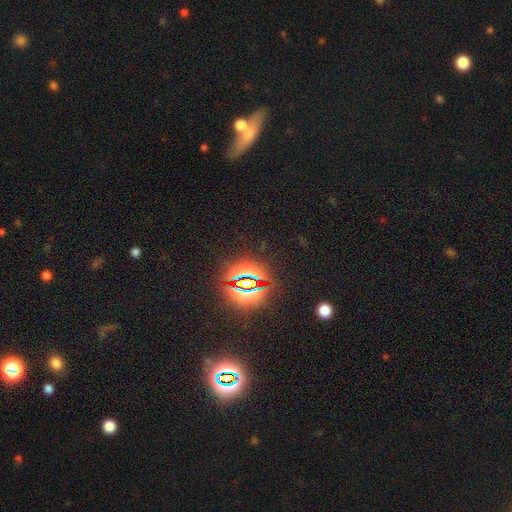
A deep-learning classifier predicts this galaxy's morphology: Smooth or featured: star or artifact — 74% (smooth — 14%)